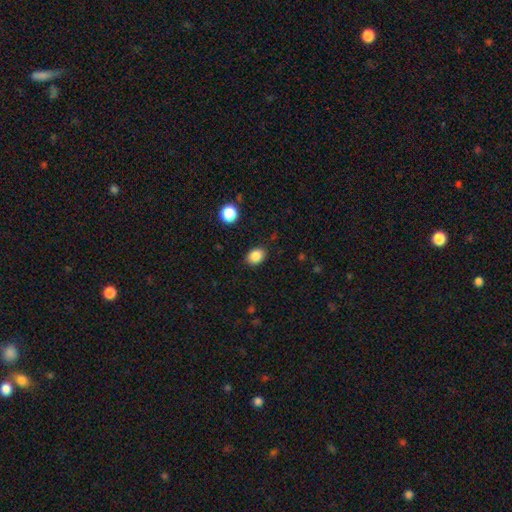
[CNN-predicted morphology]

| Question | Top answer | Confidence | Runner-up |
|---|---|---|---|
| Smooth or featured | smooth | 86% | star or artifact (10%) |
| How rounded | in between | 62% | round (37%) |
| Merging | none | 87% | minor disturbance (9%) |